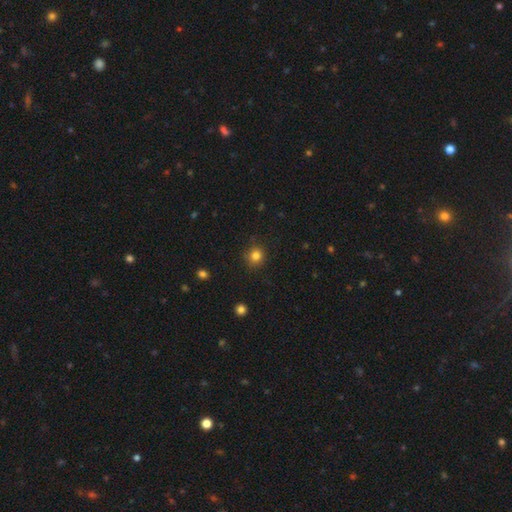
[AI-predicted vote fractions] A smooth galaxy with no disk features (82%) that is round (90%).

Vote fractions:
- Smooth or featured? smooth: 82% / star or artifact: 13% / featured or disk: 5%
- How rounded? round: 90% / in between: 9% / cigar-shaped: 1%
- Merging? none: 88% / minor disturbance: 8% / major disturbance: 2% / merger: 1%